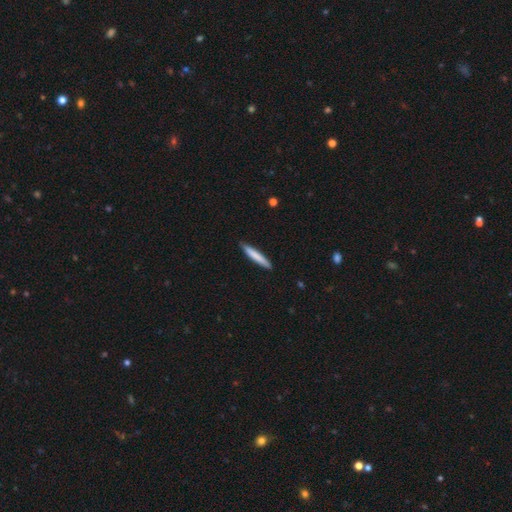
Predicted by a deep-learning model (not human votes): Smooth or featured? Predicted: smooth (p=0.77). How rounded? Predicted: cigar-shaped (p=0.94). Merging? Predicted: none (p=0.89).